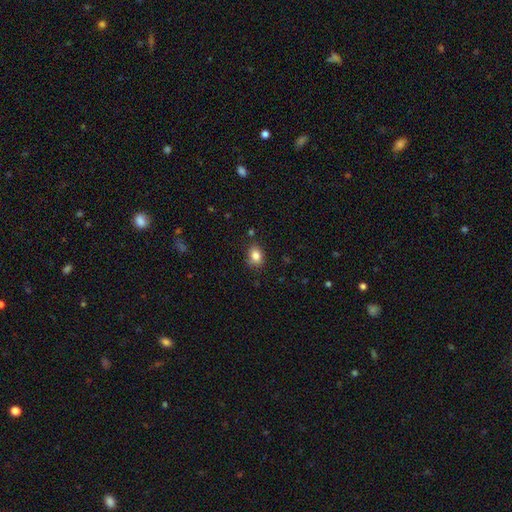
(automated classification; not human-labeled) The model was most divided on "how rounded": in between: 66%, round: 33%, cigar-shaped: 1%. More confident: smooth or featured — smooth (84%); merging — none (81%).